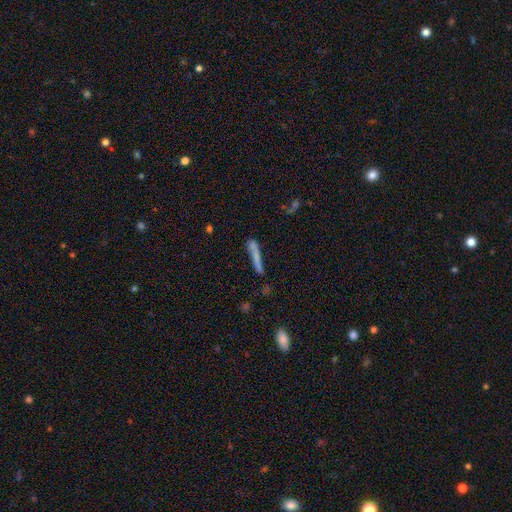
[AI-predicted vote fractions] Smooth or featured?
  - smooth: 64% *
  - featured or disk: 26%
  - star or artifact: 10%
How rounded?
  - cigar-shaped: 93% *
  - in between: 5%
  - round: 2%
Merging?
  - none: 62% *
  - minor disturbance: 20%
  - merger: 10%
  - major disturbance: 8%